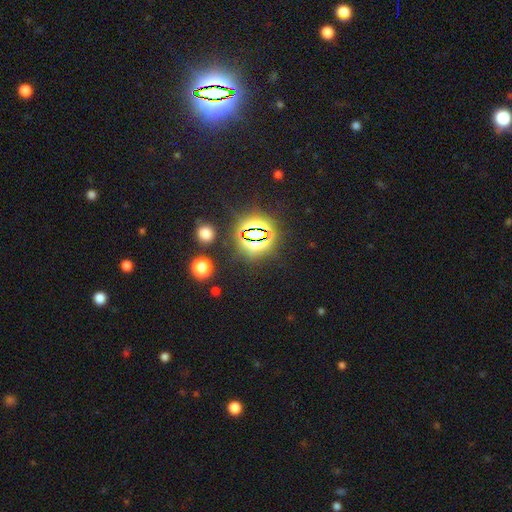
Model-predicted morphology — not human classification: Q: Smooth or featured?
A: star or artifact (82%); runner-up: smooth (12%)